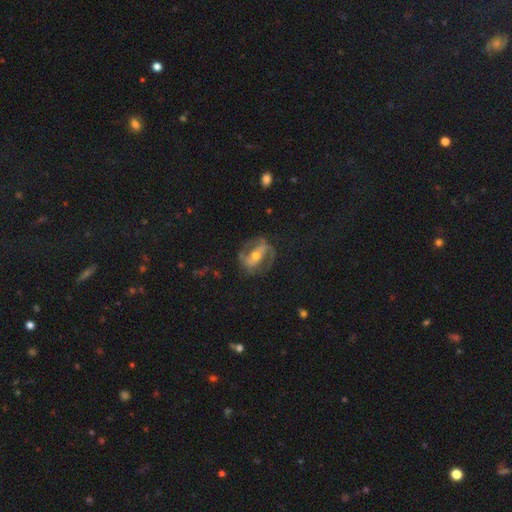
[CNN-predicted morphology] A featured or disk galaxy (79%) with a strong bar (45%), 2 (84%) medium (48%) spiral arms (81%) and a moderate central bulge (64%). Merging: none (67%).